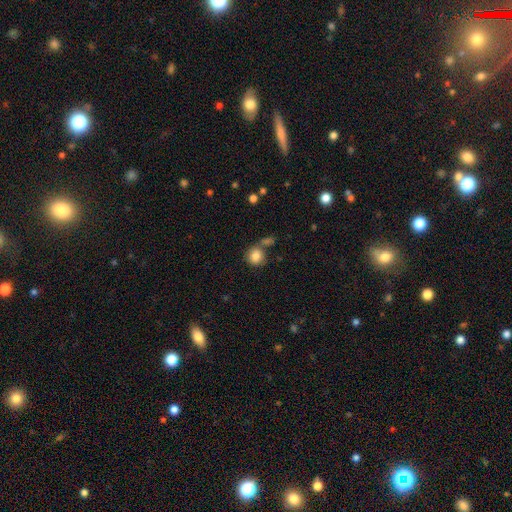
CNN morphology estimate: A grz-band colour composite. It shows a smooth galaxy with no disk features (83%) that is round (88%). Merging: none (60%).